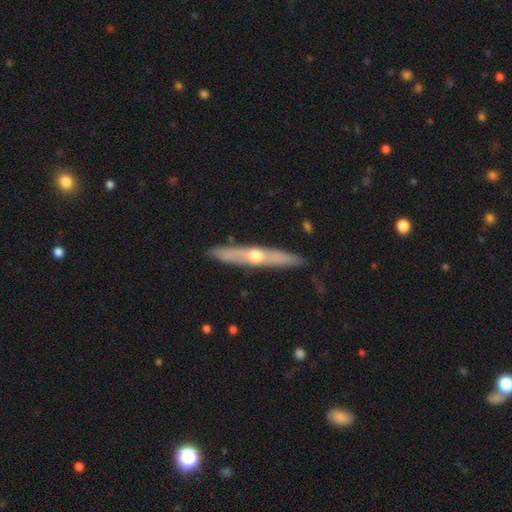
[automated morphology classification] Smooth or featured? featured or disk (66%)
Edge-on disk? yes (91%)
Edge-on bulge? rounded (89%)
Merging? none (89%)